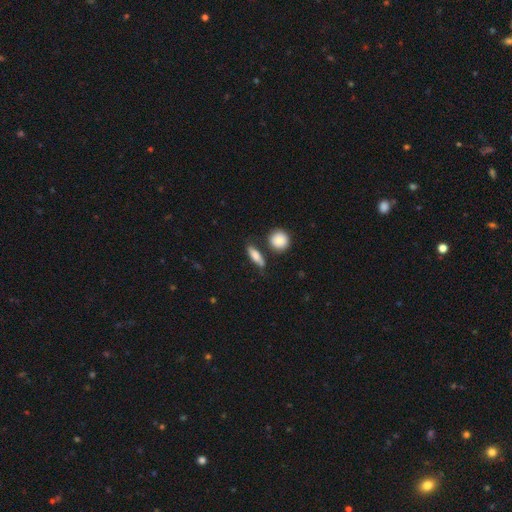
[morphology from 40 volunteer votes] A smooth galaxy with no disk features (65%) that is in between round and cigar-shaped (65%).

Vote fractions:
- Smooth or featured? smooth: 65% / featured or disk: 30% / star or artifact: 5%
- How rounded? in between: 65% / cigar-shaped: 31% / round: 4%
- Merging? none: 63% / minor disturbance: 16% / major disturbance: 11% / merger: 11%